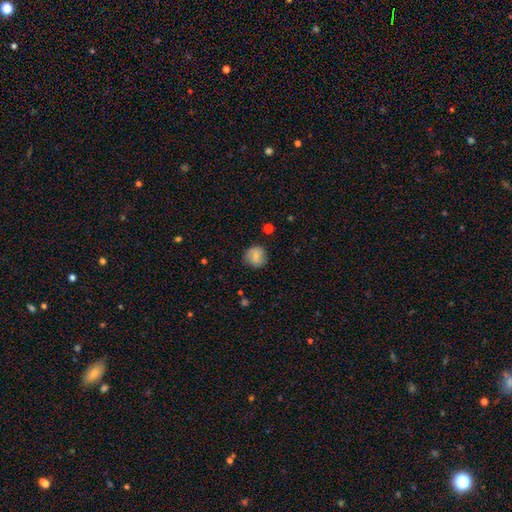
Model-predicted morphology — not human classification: This is likely a smooth galaxy (72%). How rounded: clearly round (87%). Merging: likely none (78%).